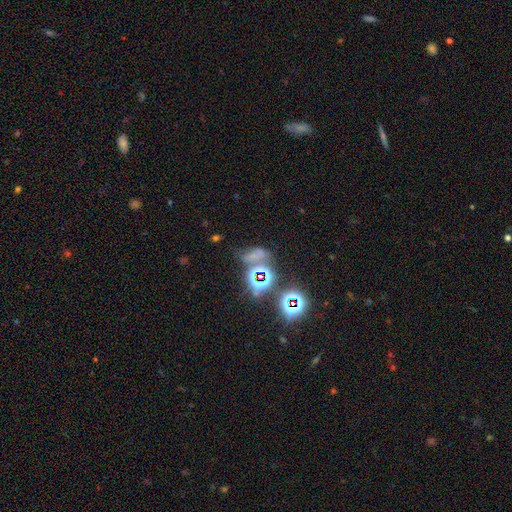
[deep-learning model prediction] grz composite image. It shows a star or artifact, not a galaxy (54%).